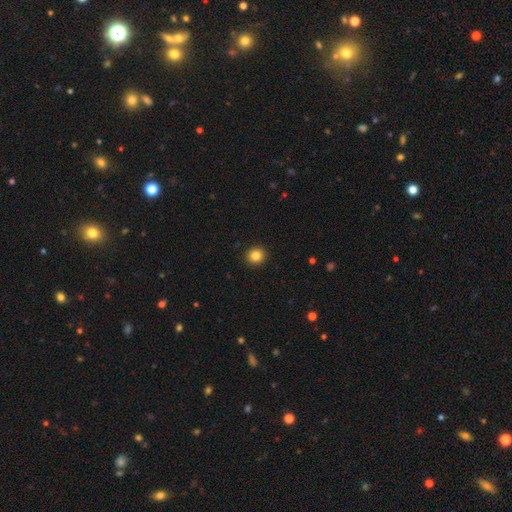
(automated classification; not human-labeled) Smooth or featured? Predicted: smooth (p=0.84). How rounded? Predicted: round (p=0.93). Merging? Predicted: none (p=0.93).